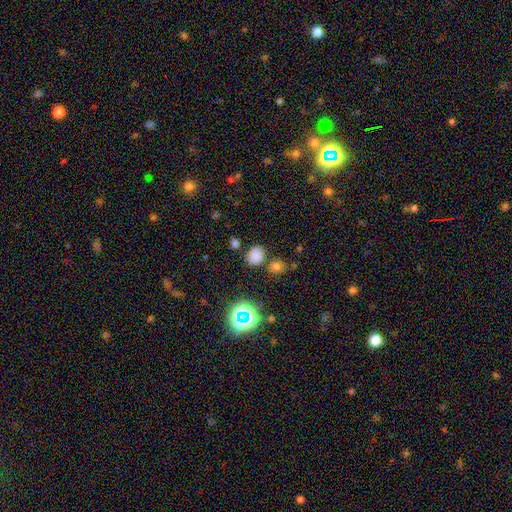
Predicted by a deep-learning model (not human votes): smooth_or_featured: smooth (p=0.75) [alt: star or artifact p=0.21]
how_rounded: round (p=0.70) [alt: in between p=0.29]
merging: none (p=0.79) [alt: minor disturbance p=0.11]